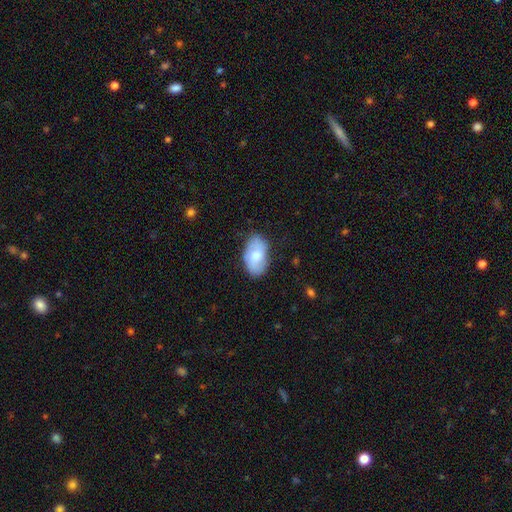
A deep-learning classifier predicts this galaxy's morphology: smooth-or-featured: smooth: 65% | featured or disk: 29% | star or artifact: 6%
  how-rounded: in between: 93% | round: 6% | cigar-shaped: 2%
  merging: none: 76% | minor disturbance: 19% | major disturbance: 4% | merger: 1%